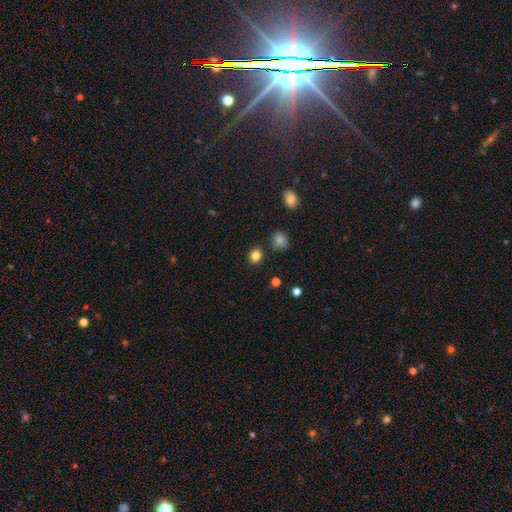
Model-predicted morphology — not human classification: smooth-or-featured: smooth: 84% | star or artifact: 12% | featured or disk: 4%
  how-rounded: round: 80% | in between: 19% | cigar-shaped: 1%
  merging: none: 86% | minor disturbance: 8% | merger: 3% | major disturbance: 2%